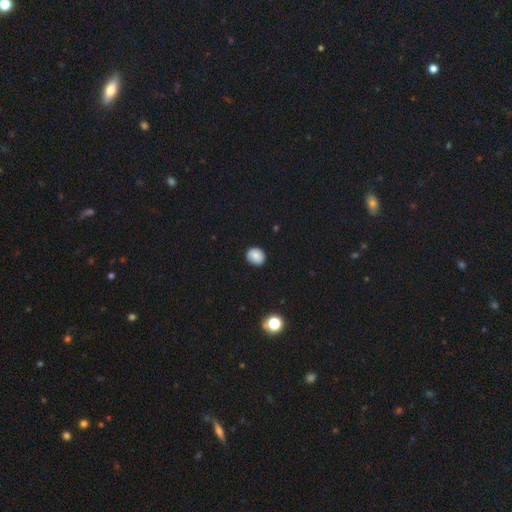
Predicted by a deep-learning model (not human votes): Smooth or featured? Predicted: smooth (p=0.82). How rounded? Predicted: round (p=0.71). Merging? Predicted: none (p=0.85).